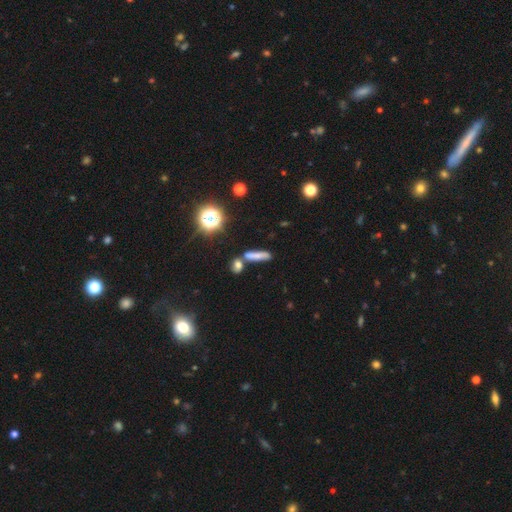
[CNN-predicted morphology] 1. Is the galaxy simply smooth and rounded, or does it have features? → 65% smooth, 19% featured or disk, 17% star or artifact.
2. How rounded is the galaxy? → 71% cigar-shaped, 20% in between, 9% round.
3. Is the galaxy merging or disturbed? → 67% none, 17% merger, 12% minor disturbance, 4% major disturbance.